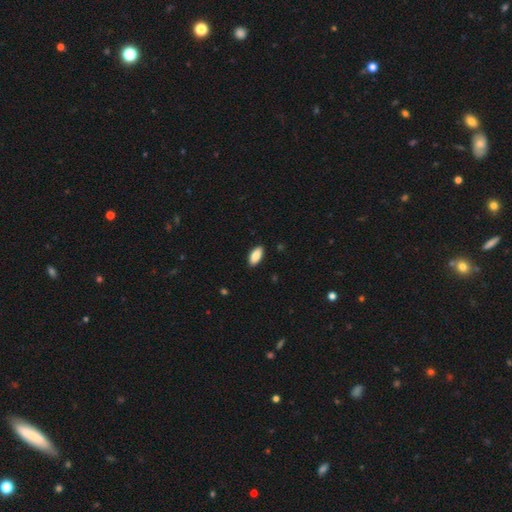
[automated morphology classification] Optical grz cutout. It shows a smooth galaxy with no disk features (88%) that is in between round and cigar-shaped (89%). Merging: none (90%).